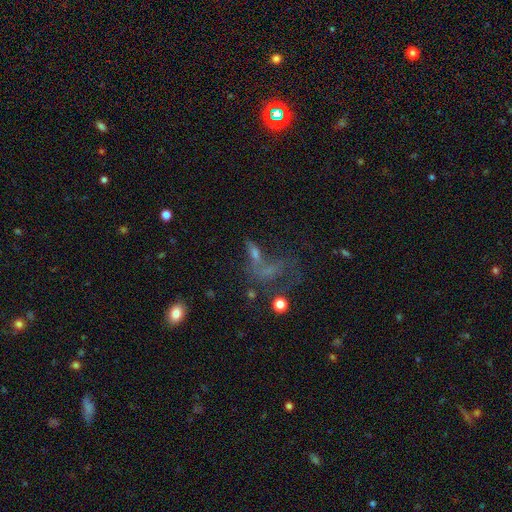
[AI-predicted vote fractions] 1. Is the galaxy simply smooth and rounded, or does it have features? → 43% smooth, 33% featured or disk, 24% star or artifact.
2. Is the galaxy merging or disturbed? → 32% merger, 31% none, 24% major disturbance, 14% minor disturbance.